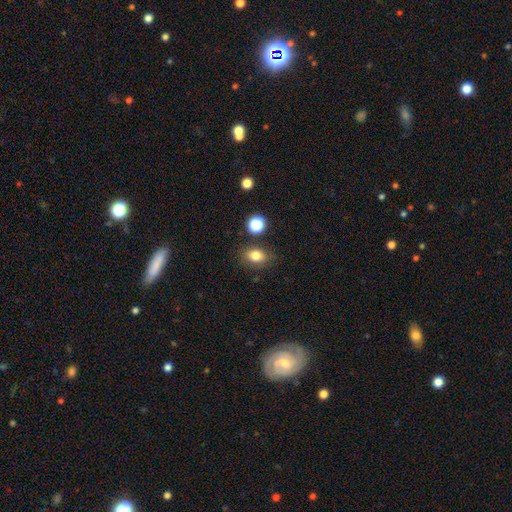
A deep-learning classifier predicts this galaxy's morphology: Smooth or featured? Predicted: smooth (p=0.81). How rounded? Predicted: in between (p=0.63). Merging? Predicted: none (p=0.78).